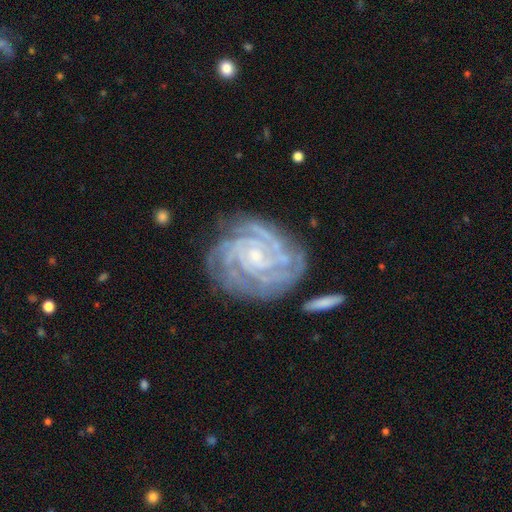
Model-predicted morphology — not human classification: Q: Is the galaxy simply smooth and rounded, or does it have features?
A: featured or disk — 91%.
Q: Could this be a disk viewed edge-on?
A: no — 98%.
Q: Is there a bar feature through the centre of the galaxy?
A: no — 62%.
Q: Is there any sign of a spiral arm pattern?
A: yes — 98%.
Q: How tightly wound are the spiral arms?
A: tight — 83%.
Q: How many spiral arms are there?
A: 4 — 29%.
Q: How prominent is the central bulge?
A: small — 72%.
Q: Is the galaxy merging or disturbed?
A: none — 73%.